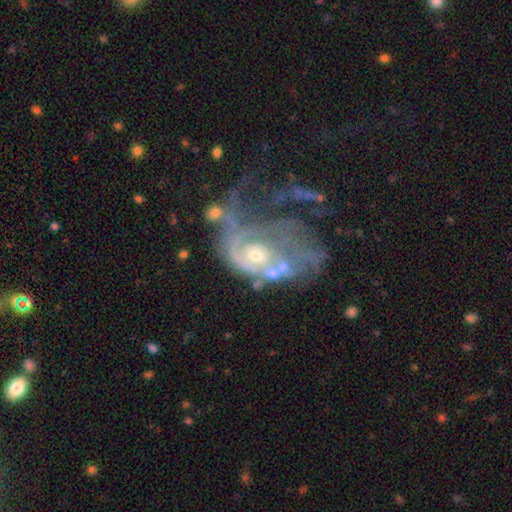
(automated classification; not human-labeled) Morphology: type=featured or disk (80%); edge-on=no (97%); bar=no (78%); spiral arms=yes (73%); winding=tight (41%); arm count=can't tell (38%); bulge=moderate (48%); merging=major disturbance (45%).